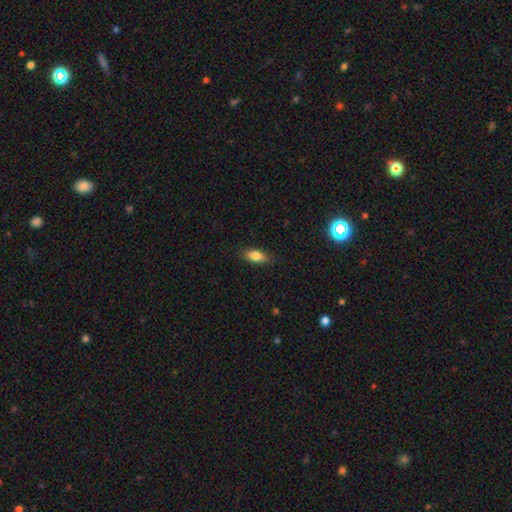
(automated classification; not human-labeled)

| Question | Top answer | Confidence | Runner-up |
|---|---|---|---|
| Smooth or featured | smooth | 81% | featured or disk (11%) |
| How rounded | in between | 84% | cigar-shaped (12%) |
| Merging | none | 85% | minor disturbance (11%) |